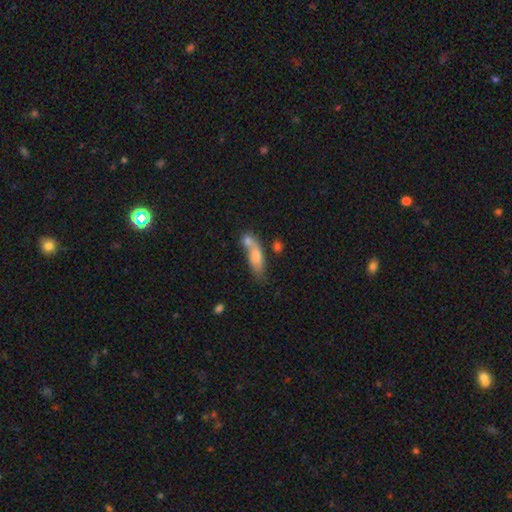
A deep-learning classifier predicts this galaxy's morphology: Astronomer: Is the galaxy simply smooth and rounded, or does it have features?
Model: smooth — 74%.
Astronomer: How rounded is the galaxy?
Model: in between — 57% (runner-up: cigar-shaped, 38%).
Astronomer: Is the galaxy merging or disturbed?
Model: merger — 47% (runner-up: none, 31%).